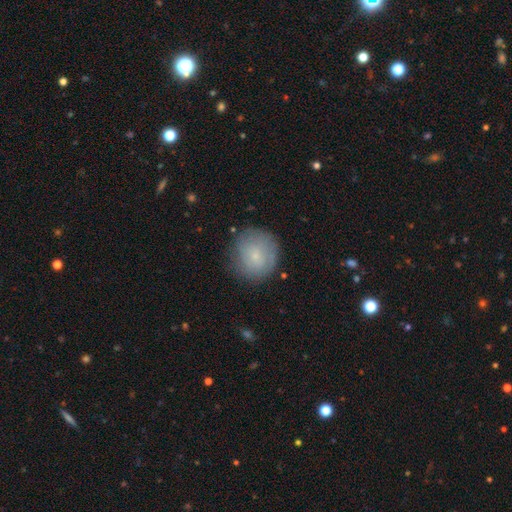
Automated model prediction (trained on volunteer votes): This is likely a smooth galaxy (72%). How rounded: clearly round (87%). Merging: likely none (78%).